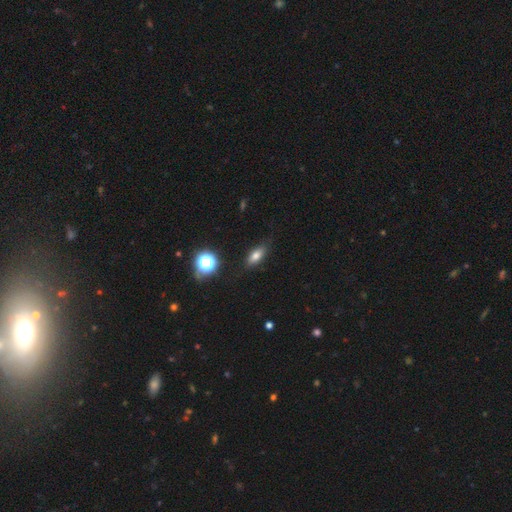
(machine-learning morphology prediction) This is likely a smooth galaxy (73%). How rounded: likely in between (75%). Merging: clearly none (82%).